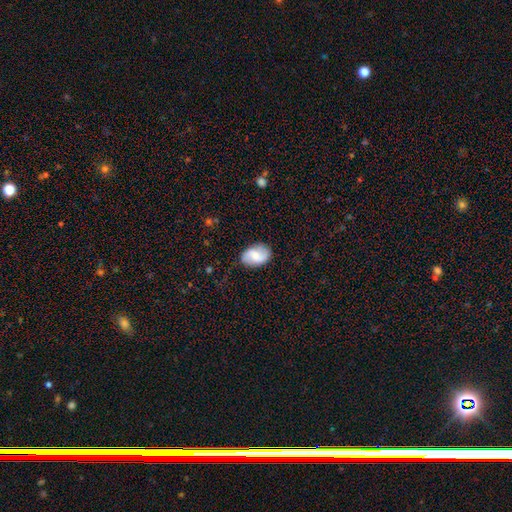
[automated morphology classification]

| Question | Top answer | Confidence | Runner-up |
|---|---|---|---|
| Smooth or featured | smooth | 47% | featured or disk (46%) |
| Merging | none | 77% | minor disturbance (17%) |